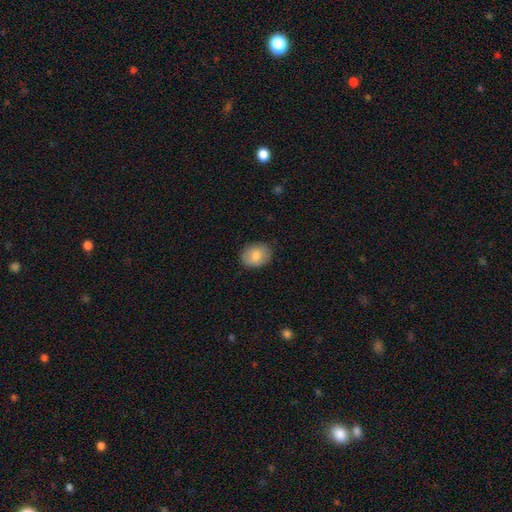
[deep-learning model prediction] smooth_or_featured: smooth (p=0.81) [alt: featured or disk p=0.11]
how_rounded: in between (p=0.59) [alt: round p=0.40]
merging: none (p=0.85) [alt: minor disturbance p=0.12]